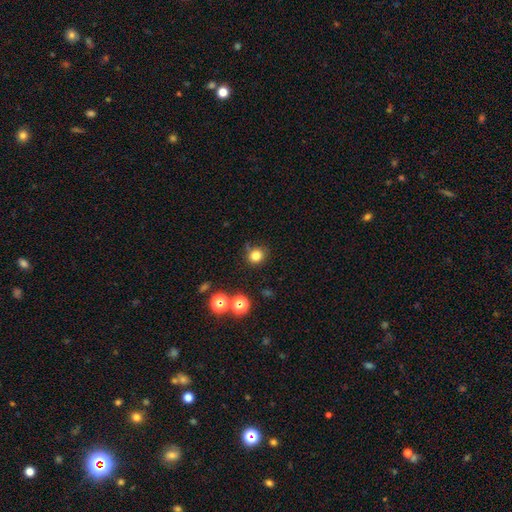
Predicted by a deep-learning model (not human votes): Smooth or featured? Predicted: smooth (p=0.79). How rounded? Predicted: round (p=0.88). Merging? Predicted: none (p=0.80).